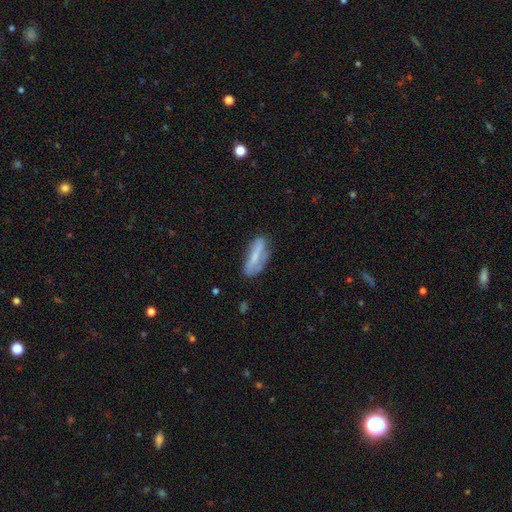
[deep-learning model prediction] smooth_or_featured: smooth (p=0.58) [alt: featured or disk p=0.34]
how_rounded: in between (p=0.53) [alt: cigar-shaped p=0.45]
merging: none (p=0.62) [alt: minor disturbance p=0.26]